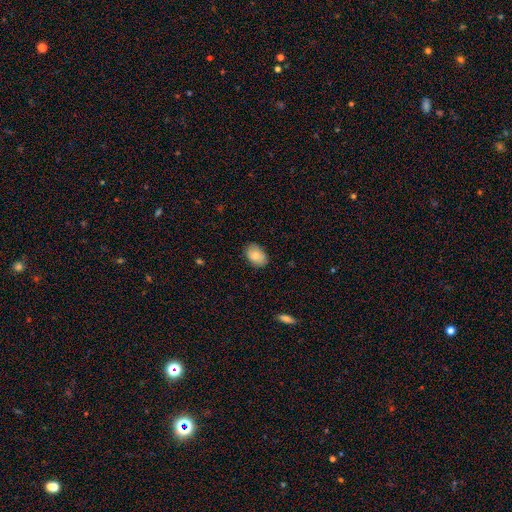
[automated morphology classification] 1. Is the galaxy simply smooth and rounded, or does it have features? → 84% smooth, 10% featured or disk, 7% star or artifact.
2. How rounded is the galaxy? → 85% in between, 14% round, 1% cigar-shaped.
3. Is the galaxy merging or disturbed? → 84% none, 13% minor disturbance, 3% major disturbance, 1% merger.